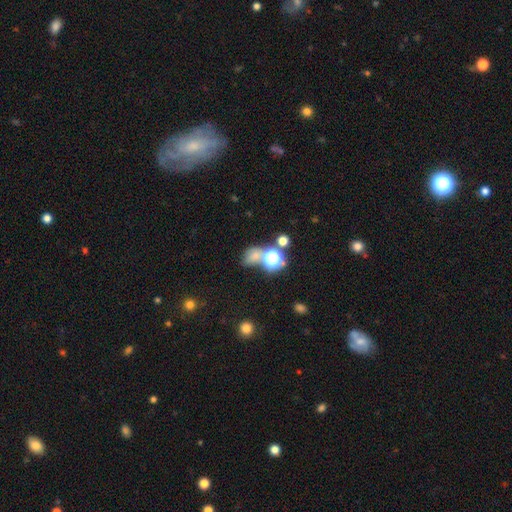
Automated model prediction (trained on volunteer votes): This appears to be a smooth galaxy with no disk features (56%) that is in between round and cigar-shaped (50%). Merging: none (41%).